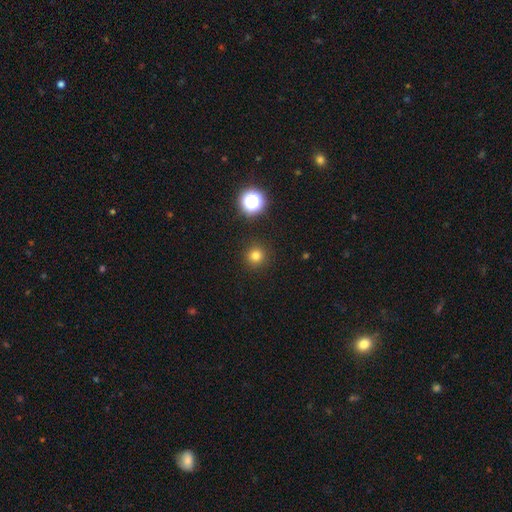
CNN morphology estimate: Smooth or featured: smooth — 77% (star or artifact — 17%)
How rounded: round — 96% (in between — 3%)
Merging: none — 91% (minor disturbance — 5%)